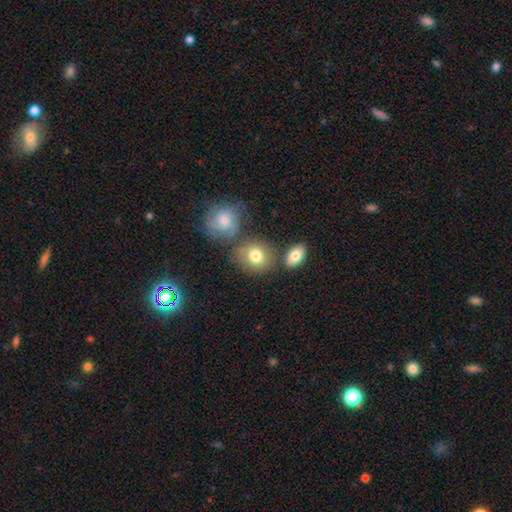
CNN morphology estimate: The model was most divided on "how rounded": round: 67%, in between: 32%, cigar-shaped: 1%. More confident: smooth or featured — smooth (72%); merging — none (64%).